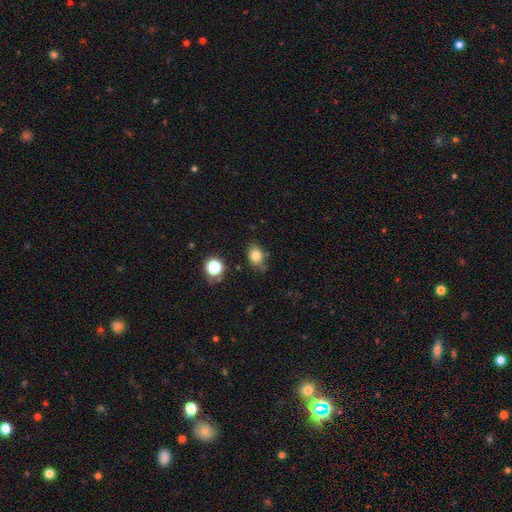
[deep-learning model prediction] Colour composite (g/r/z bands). It shows a smooth galaxy with no disk features (80%) that is in between round and cigar-shaped (64%). Merging: none (70%).